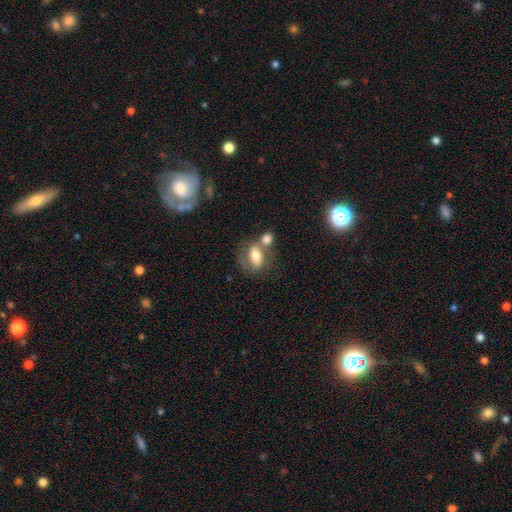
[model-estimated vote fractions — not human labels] Smooth or featured?
  - smooth: 62% *
  - featured or disk: 30%
  - star or artifact: 8%
How rounded?
  - in between: 77% *
  - round: 18%
  - cigar-shaped: 4%
Merging?
  - merger: 48% *
  - none: 33%
  - minor disturbance: 12%
  - major disturbance: 7%